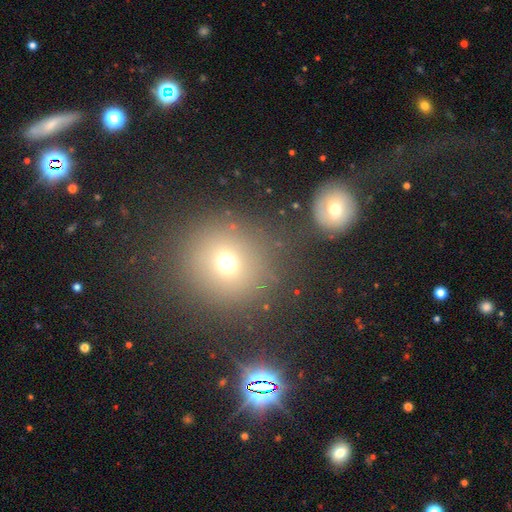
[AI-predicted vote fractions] Smooth or featured? Predicted: smooth (p=0.61). How rounded? Predicted: round (p=0.90). Merging? Predicted: none (p=0.81).